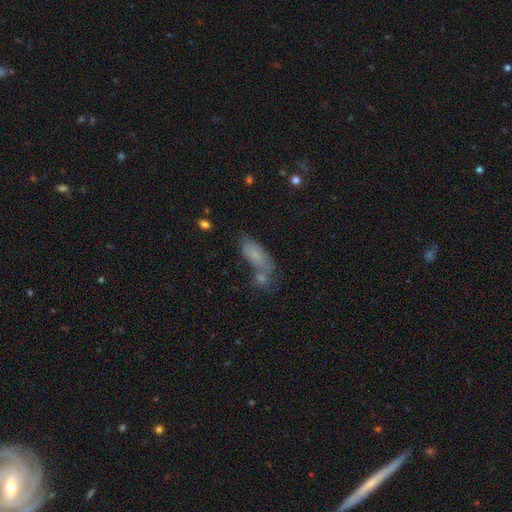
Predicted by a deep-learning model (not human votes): A smooth galaxy with no disk features (69%) that is in between round and cigar-shaped (76%). Merging: none (40%).